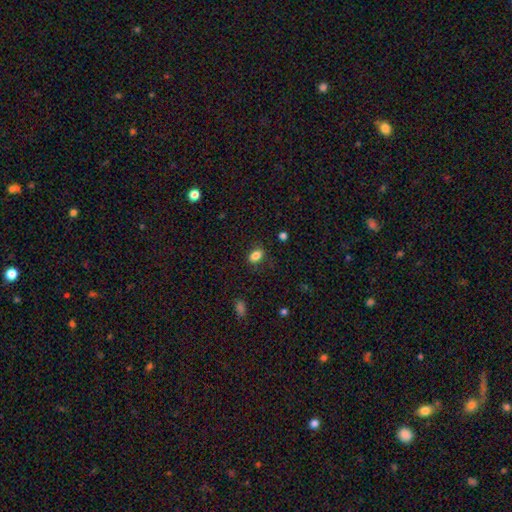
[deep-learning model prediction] This appears to be a smooth galaxy with no disk features (85%) that is in between round and cigar-shaped (85%). Merging: none (82%).